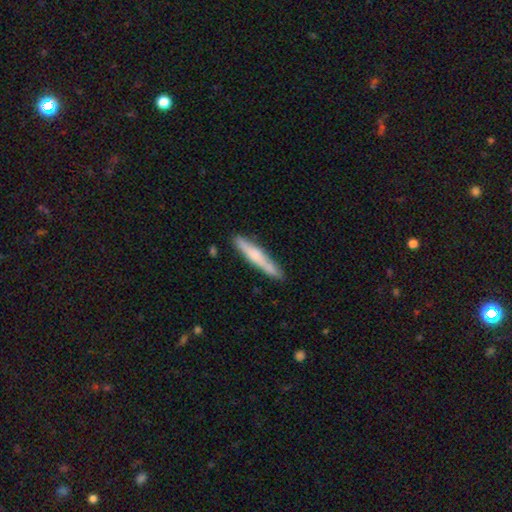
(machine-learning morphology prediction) A smooth galaxy with no disk features (60%) that is cigar-shaped (94%). Merging: none (83%).